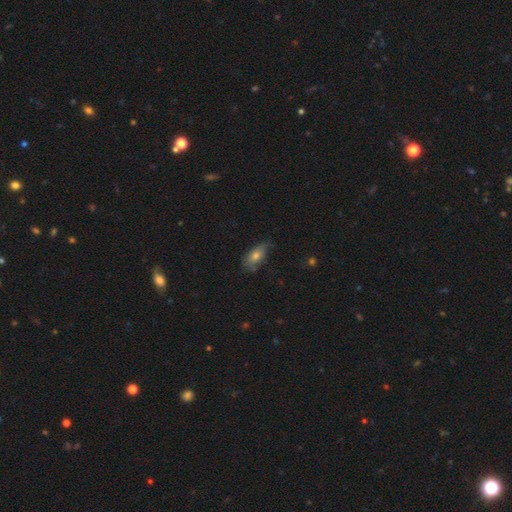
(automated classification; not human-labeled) This is likely a smooth galaxy (67%). How rounded: clearly in between (83%). Merging: possibly none (55%).